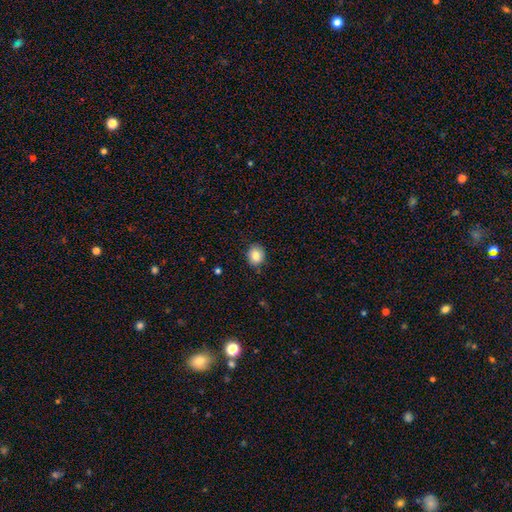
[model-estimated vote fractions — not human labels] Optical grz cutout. It shows a smooth galaxy with no disk features (83%) that is round (69%). Merging: none (84%).